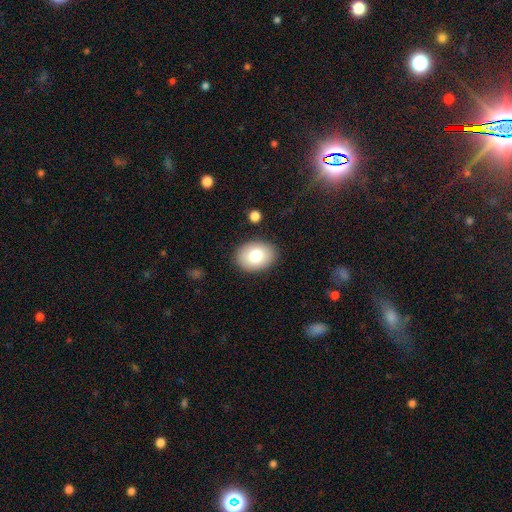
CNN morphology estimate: This appears to be a smooth galaxy with no disk features (79%) that is in between round and cigar-shaped (73%). Merging: none (87%).